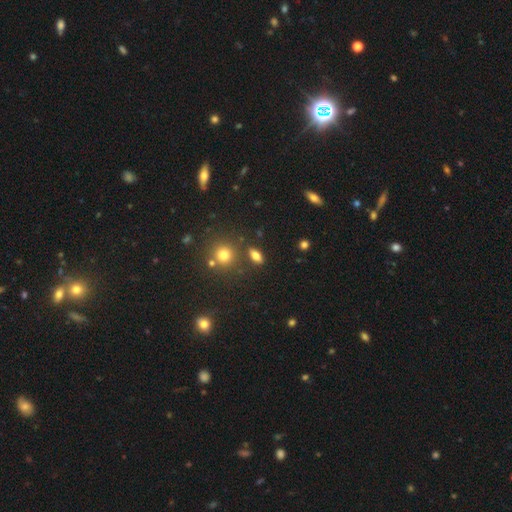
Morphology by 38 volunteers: Smooth or featured?
  - smooth: 84% *
  - star or artifact: 11%
  - featured or disk: 5%
How rounded?
  - in between: 91% *
  - cigar-shaped: 6%
  - round: 3%
Merging?
  - none: 74% *
  - minor disturbance: 15%
  - major disturbance: 6%
  - merger: 6%